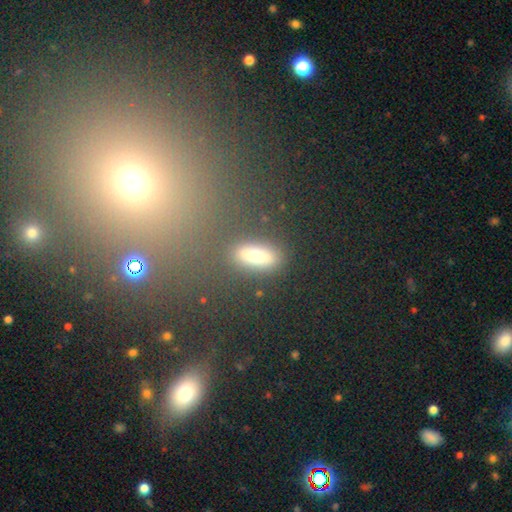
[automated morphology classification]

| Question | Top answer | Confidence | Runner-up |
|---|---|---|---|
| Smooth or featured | smooth | 68% | featured or disk (16%) |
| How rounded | in between | 68% | cigar-shaped (23%) |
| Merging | none | 83% | minor disturbance (10%) |